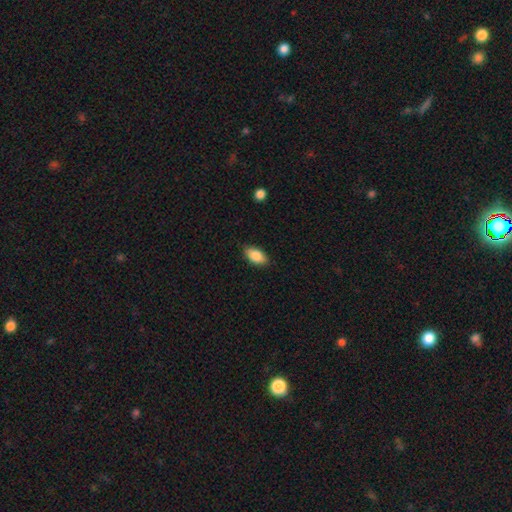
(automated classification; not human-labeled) smooth_or_featured: smooth (p=0.86) [alt: featured or disk p=0.07]
how_rounded: in between (p=0.92) [alt: cigar-shaped p=0.04]
merging: none (p=0.86) [alt: minor disturbance p=0.11]